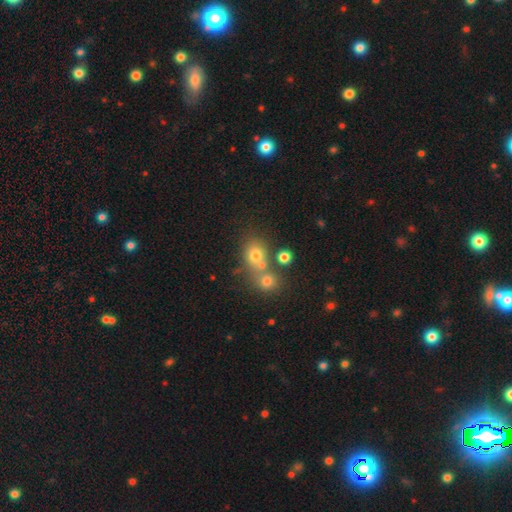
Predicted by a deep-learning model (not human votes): smooth_or_featured: smooth (p=0.69) [alt: star or artifact p=0.16]
how_rounded: round (p=0.65) [alt: in between p=0.34]
merging: none (p=0.47) [alt: merger p=0.38]